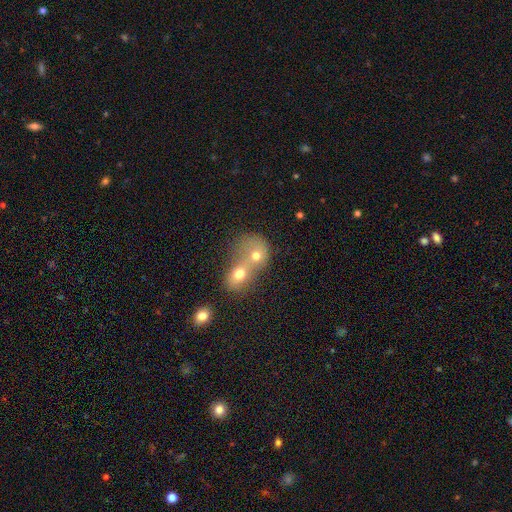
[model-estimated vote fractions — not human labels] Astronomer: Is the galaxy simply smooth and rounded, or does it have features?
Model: smooth — 57%.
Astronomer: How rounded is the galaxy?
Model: round — 60% (runner-up: in between, 38%).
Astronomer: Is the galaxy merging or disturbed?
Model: merger — 79%.